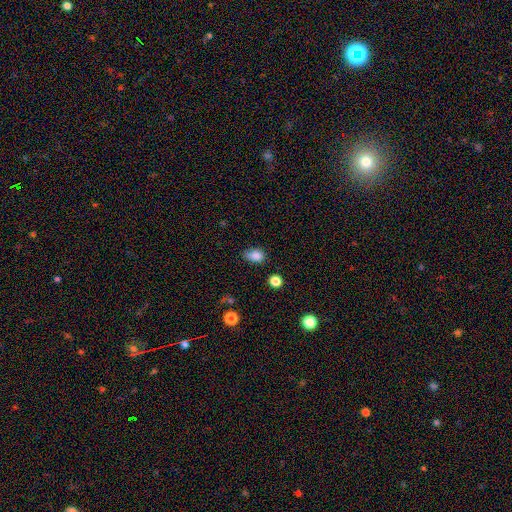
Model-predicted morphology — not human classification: This appears to be a smooth galaxy with no disk features (85%) that is in between round and cigar-shaped (77%). Merging: none (61%).